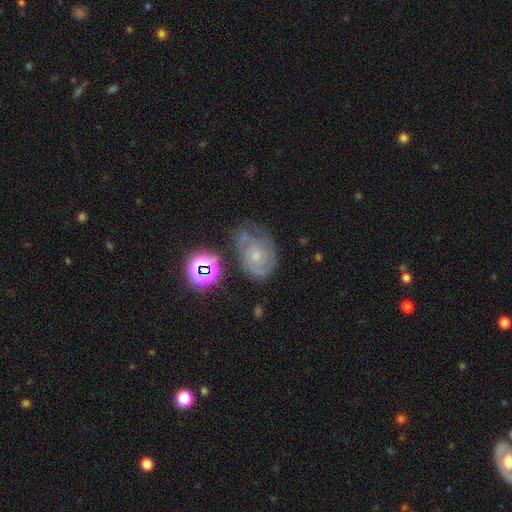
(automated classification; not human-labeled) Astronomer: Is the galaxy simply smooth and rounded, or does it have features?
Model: featured or disk — 62%.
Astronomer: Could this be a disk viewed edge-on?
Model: no — 97%.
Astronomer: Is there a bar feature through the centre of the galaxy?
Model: no — 78%.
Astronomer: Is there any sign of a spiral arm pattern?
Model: yes — 87%.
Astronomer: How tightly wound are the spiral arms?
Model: tight — 56% (runner-up: medium, 34%).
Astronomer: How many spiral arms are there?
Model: can't tell — 36% (runner-up: 2, 34%).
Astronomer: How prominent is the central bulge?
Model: small — 63%.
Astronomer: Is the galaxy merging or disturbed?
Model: none — 51% (runner-up: minor disturbance, 27%).